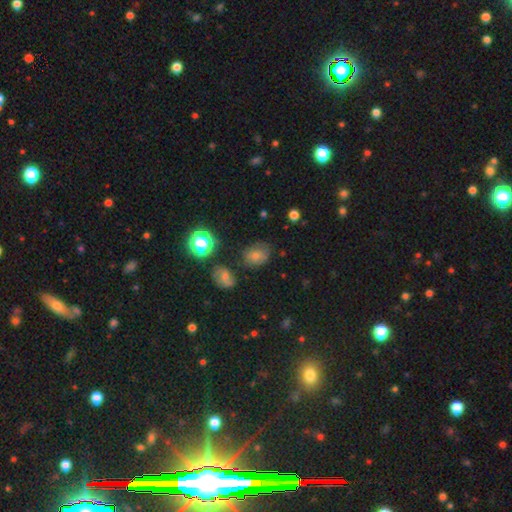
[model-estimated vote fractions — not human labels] Q: Smooth or featured?
A: smooth (58%); runner-up: star or artifact (25%)
Q: How rounded?
A: in between (50%); runner-up: round (49%)
Q: Merging?
A: none (68%); runner-up: minor disturbance (20%)